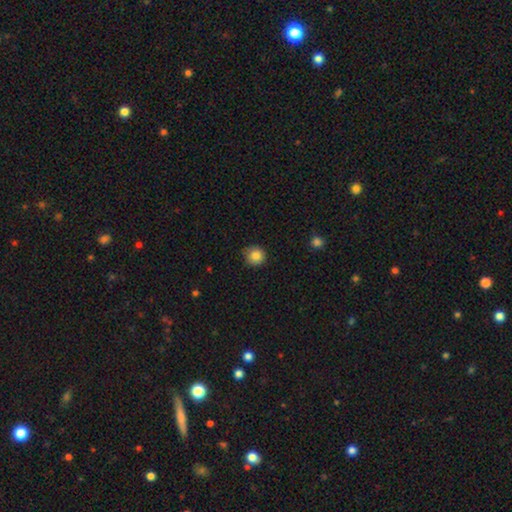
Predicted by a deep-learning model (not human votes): The model was most divided on "merging": none: 81%, minor disturbance: 16%, major disturbance: 3%, merger: 1%. More confident: how rounded — round (93%); smooth or featured — smooth (84%).